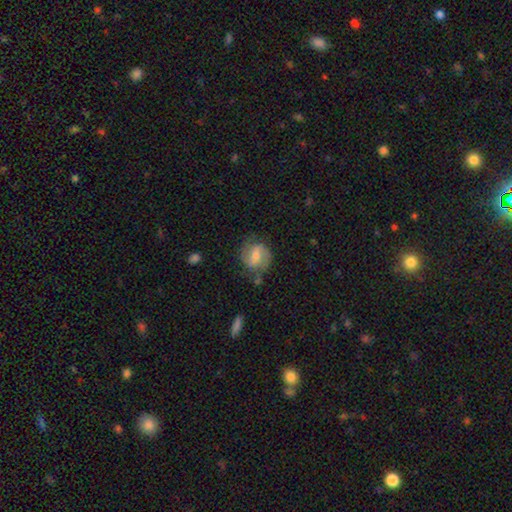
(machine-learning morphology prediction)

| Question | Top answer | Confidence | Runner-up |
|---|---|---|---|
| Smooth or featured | featured or disk | 60% | smooth (33%) |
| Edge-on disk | no | 97% | yes (3%) |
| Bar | weak | 53% | strong (25%) |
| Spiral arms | yes | 87% | no (13%) |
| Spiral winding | medium | 49% | loose (29%) |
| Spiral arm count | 2 | 84% | can't tell (8%) |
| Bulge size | moderate | 46% | small (39%) |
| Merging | none | 67% | minor disturbance (21%) |